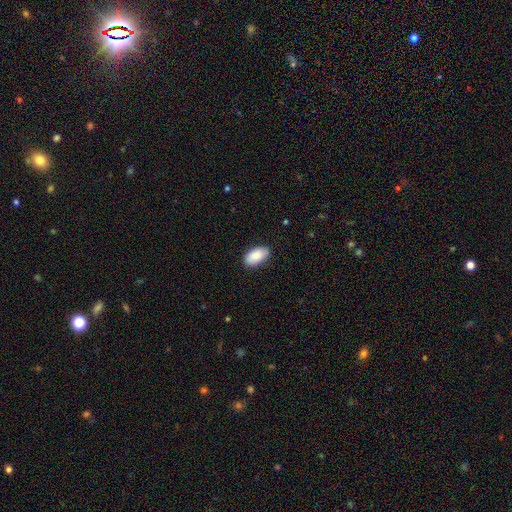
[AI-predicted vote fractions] smooth-or-featured: smooth: 88% | star or artifact: 6% | featured or disk: 6%
  how-rounded: in between: 95% | round: 3% | cigar-shaped: 2%
  merging: none: 84% | minor disturbance: 13% | major disturbance: 2% | merger: 1%